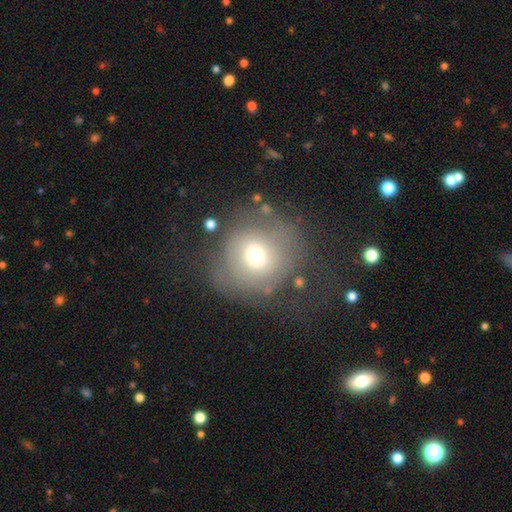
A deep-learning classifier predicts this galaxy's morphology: This is possibly a smooth galaxy (59%). How rounded: clearly round (86%). Merging: possibly none (48%).